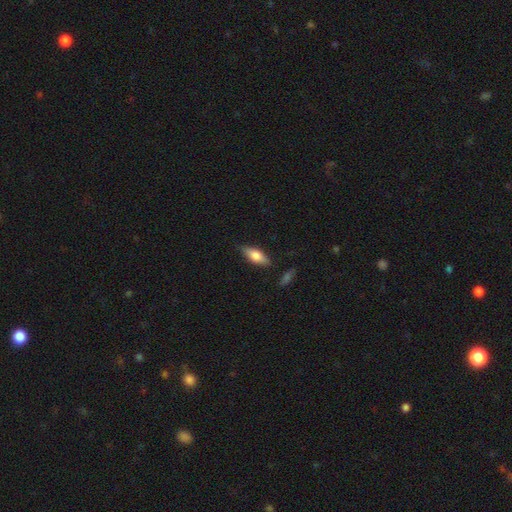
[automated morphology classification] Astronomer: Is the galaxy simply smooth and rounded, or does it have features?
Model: smooth — 64%.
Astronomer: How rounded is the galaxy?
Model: in between — 68%.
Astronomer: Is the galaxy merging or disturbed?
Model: none — 82%.